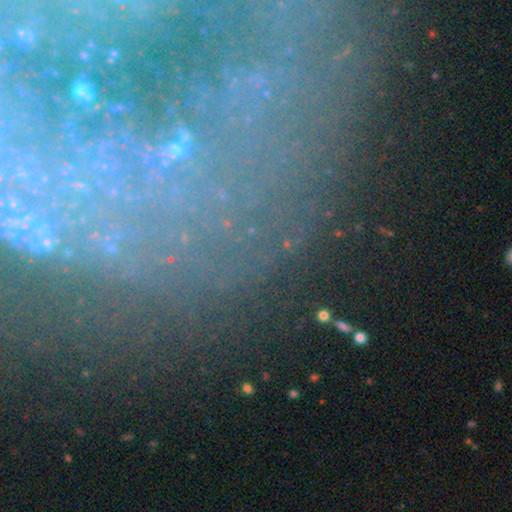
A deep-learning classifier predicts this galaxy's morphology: This appears to be a star or artifact, not a galaxy (48%).